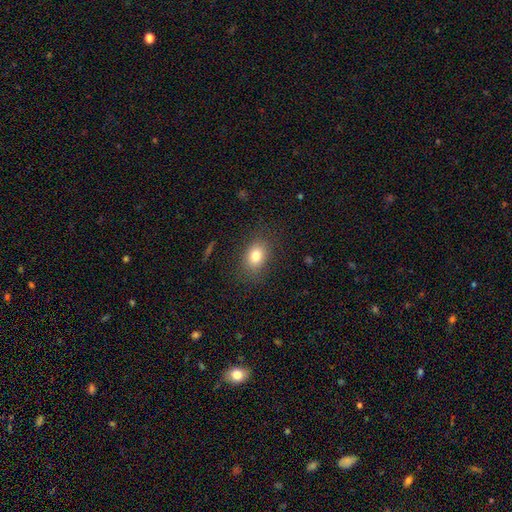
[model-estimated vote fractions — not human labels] This appears to be a smooth galaxy with no disk features (79%) that is in between round and cigar-shaped (72%). Merging: none (81%).